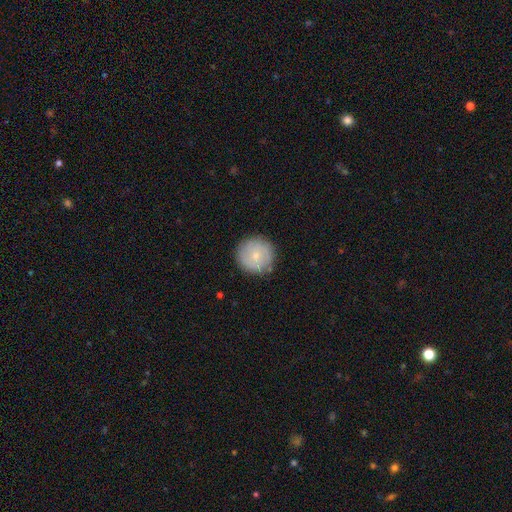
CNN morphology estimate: Overall: smooth (65%; featured or disk 28%). How rounded: round (96%). Merging: none (85%).